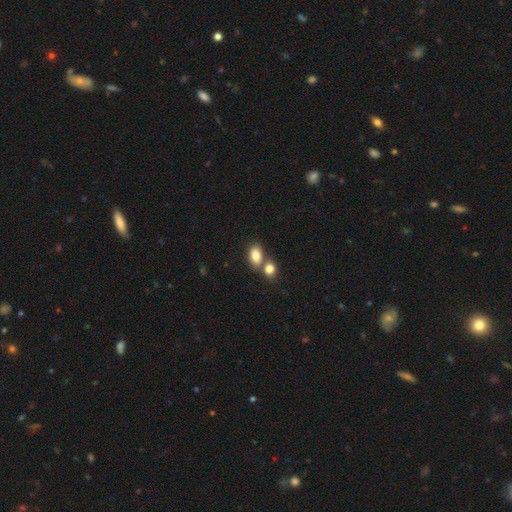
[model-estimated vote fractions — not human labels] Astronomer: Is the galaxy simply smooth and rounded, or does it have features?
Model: smooth — 83%.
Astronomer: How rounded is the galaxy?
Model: in between — 82%.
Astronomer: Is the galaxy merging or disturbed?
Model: merger — 45% (runner-up: none, 42%).